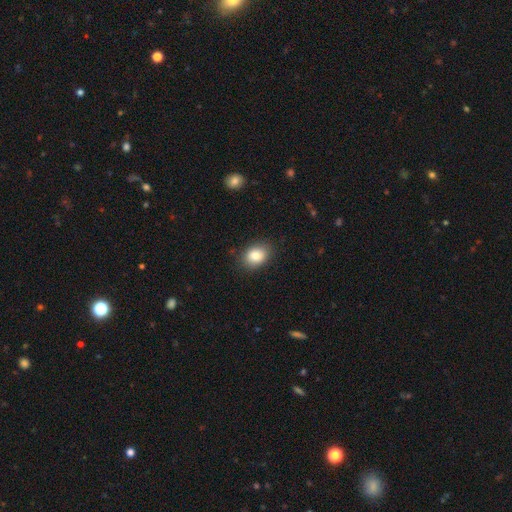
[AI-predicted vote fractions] Smooth or featured?
  - smooth: 83% *
  - star or artifact: 9%
  - featured or disk: 8%
How rounded?
  - in between: 66% *
  - round: 33%
  - cigar-shaped: 1%
Merging?
  - none: 85% *
  - minor disturbance: 11%
  - major disturbance: 3%
  - merger: 1%